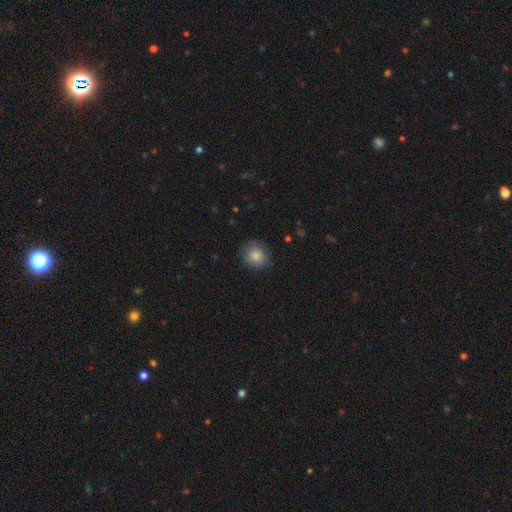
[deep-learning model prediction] Smooth or featured? Predicted: smooth (p=0.84). How rounded? Predicted: round (p=0.83). Merging? Predicted: none (p=0.80).